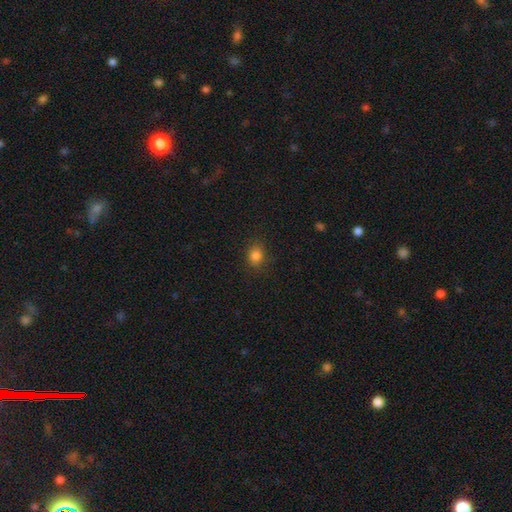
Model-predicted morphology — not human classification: Smooth or featured? smooth (83%)
How rounded? round (53%)
Merging? none (83%)